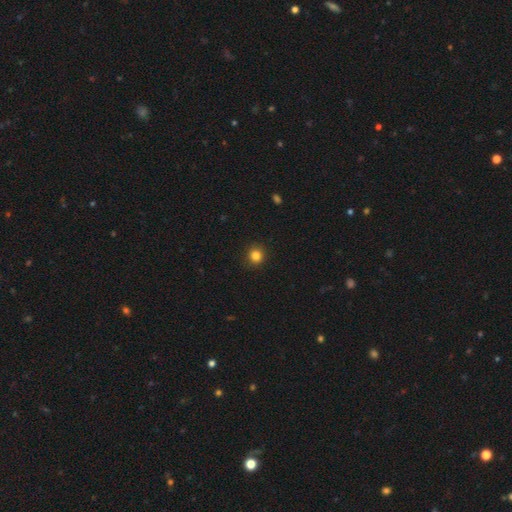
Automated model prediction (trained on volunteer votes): The model was most divided on "smooth or featured": smooth: 84%, star or artifact: 12%, featured or disk: 4%. More confident: merging — none (91%); how rounded — round (91%).